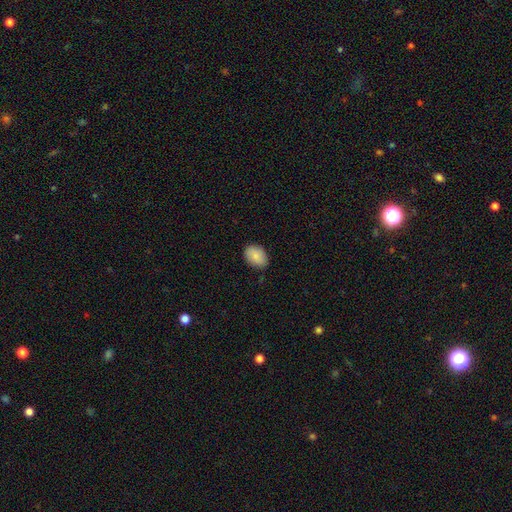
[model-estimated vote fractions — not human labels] smooth 88%, star or artifact 7%, featured or disk 5%. Down the decision tree: how rounded — in between (82%); merging — none (84%).